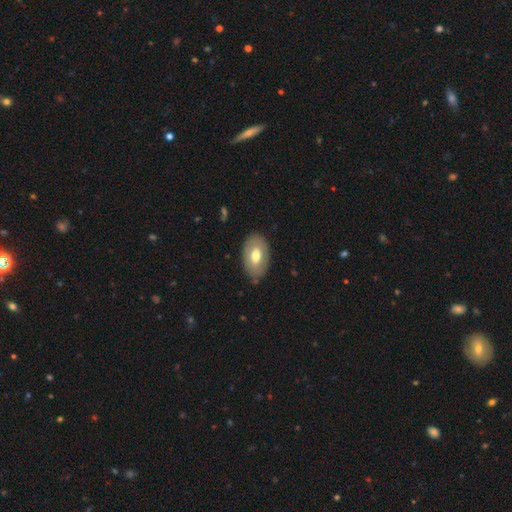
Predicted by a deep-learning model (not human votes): smooth 62%, featured or disk 32%, star or artifact 6%. Down the decision tree: how rounded — in between (92%); merging — none (80%).